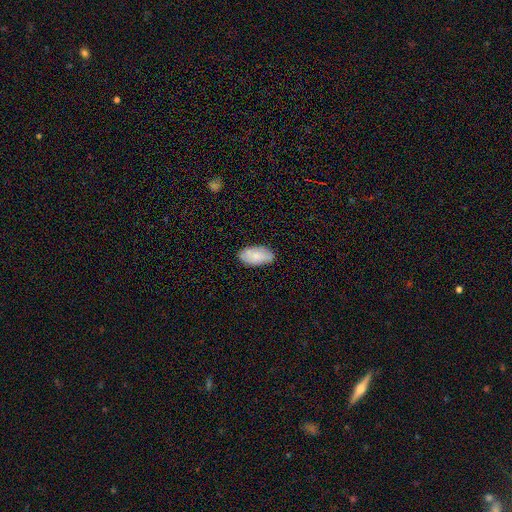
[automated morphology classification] This appears to be a smooth galaxy with no disk features (77%) that is in between round and cigar-shaped (95%). Merging: none (79%).